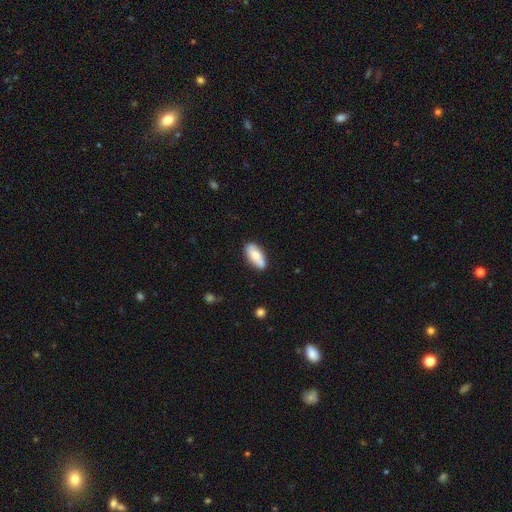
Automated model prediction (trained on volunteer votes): smooth 77%, featured or disk 17%, star or artifact 6%. Down the decision tree: how rounded — in between (82%); merging — none (76%).